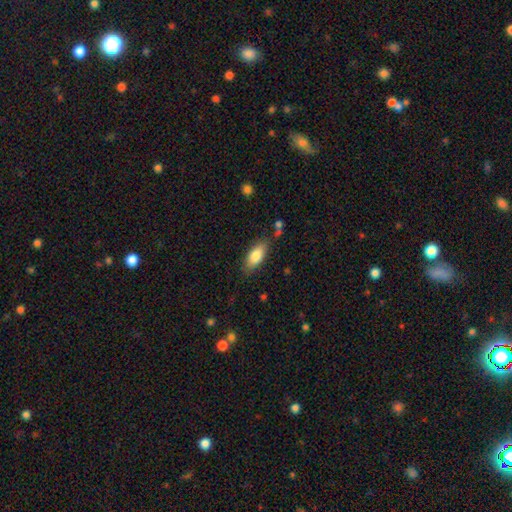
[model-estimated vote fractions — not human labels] Smooth or featured: smooth — 82% (featured or disk — 11%)
How rounded: in between — 83% (cigar-shaped — 14%)
Merging: none — 77% (minor disturbance — 16%)